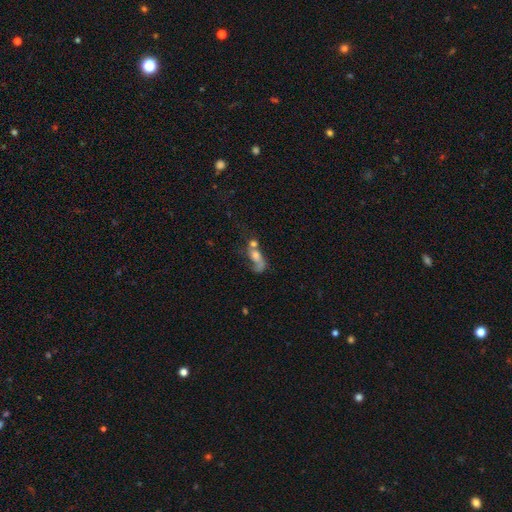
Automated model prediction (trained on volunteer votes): Smooth or featured? Predicted: featured or disk (p=0.44). Merging? Predicted: merger (p=0.42).